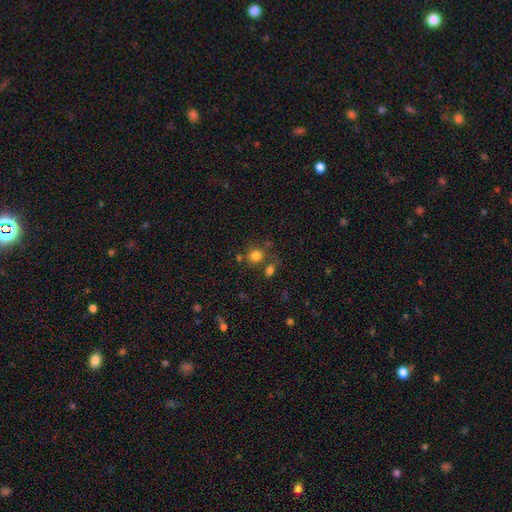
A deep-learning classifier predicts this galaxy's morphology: This is likely a smooth galaxy (78%). How rounded: clearly round (84%). Merging: likely none (65%).